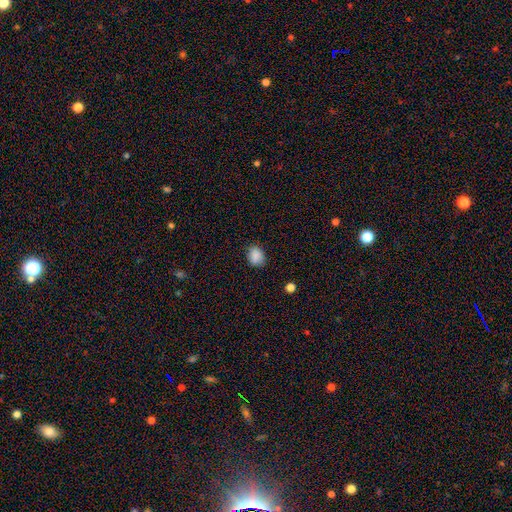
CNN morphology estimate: This is clearly a smooth galaxy (87%). How rounded: possibly in between (58%). Merging: likely none (80%).